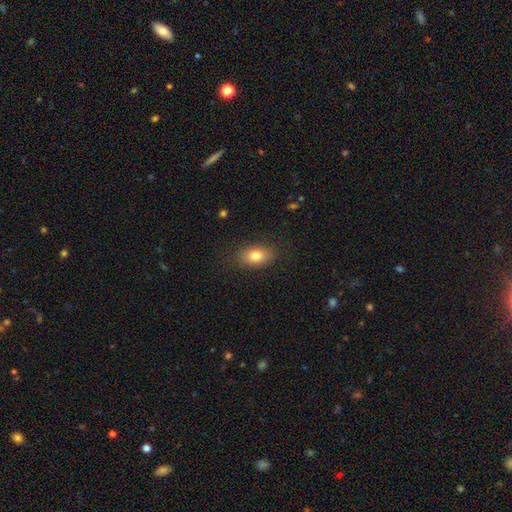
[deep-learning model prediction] Morphology: type=smooth (80%); roundness=in between (84%); merging=none (85%).